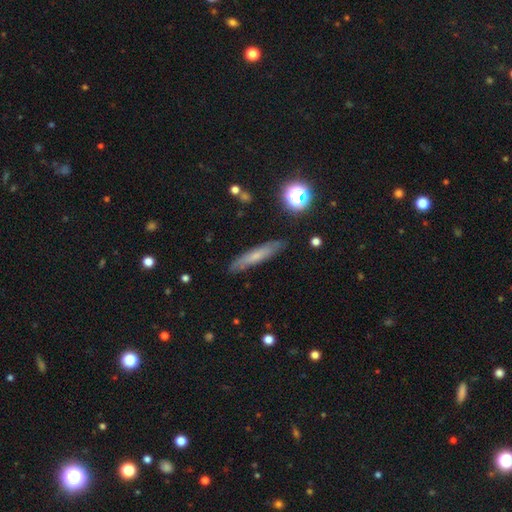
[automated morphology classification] A smooth galaxy with no disk features (54%) that is cigar-shaped (87%). Merging: none (85%).